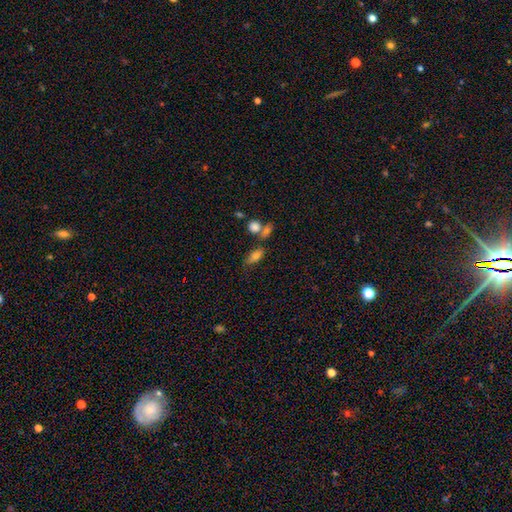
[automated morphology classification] smooth 77%, featured or disk 12%, star or artifact 11%. Down the decision tree: how rounded — in between (81%); merging — none (53%).